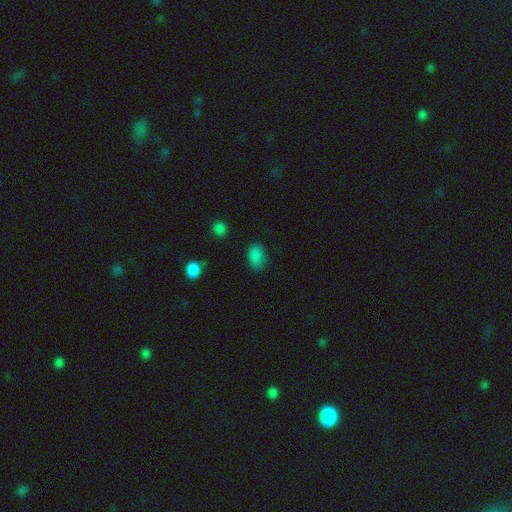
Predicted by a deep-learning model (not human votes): Smooth or featured? smooth (84%)
How rounded? in between (86%)
Merging? none (78%)